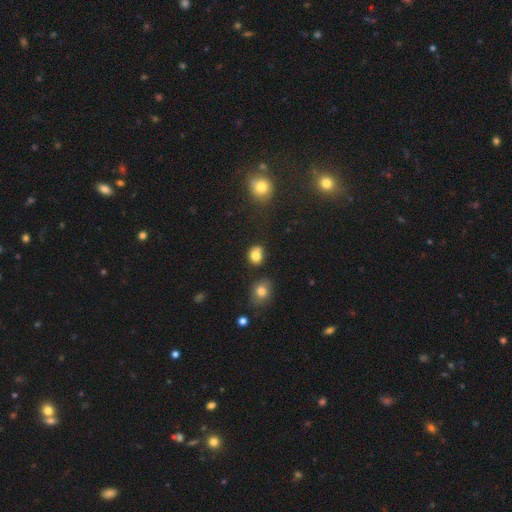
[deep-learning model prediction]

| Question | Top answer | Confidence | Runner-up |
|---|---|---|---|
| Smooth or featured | smooth | 80% | star or artifact (12%) |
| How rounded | round | 65% | in between (34%) |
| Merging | none | 62% | minor disturbance (19%) |